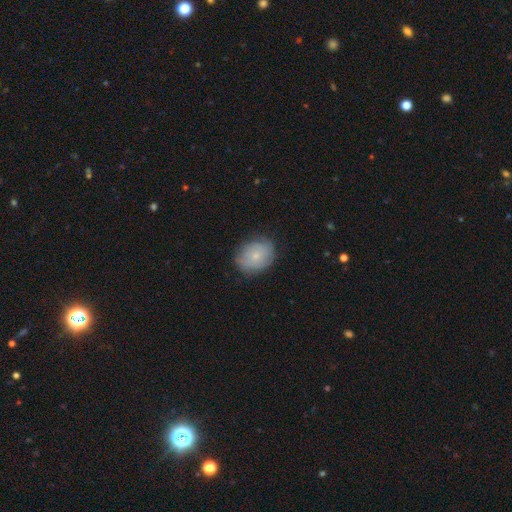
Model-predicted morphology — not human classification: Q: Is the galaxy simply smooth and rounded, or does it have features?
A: smooth — 67%.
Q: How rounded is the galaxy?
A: in between — 55%.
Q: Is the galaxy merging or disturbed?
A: none — 77%.